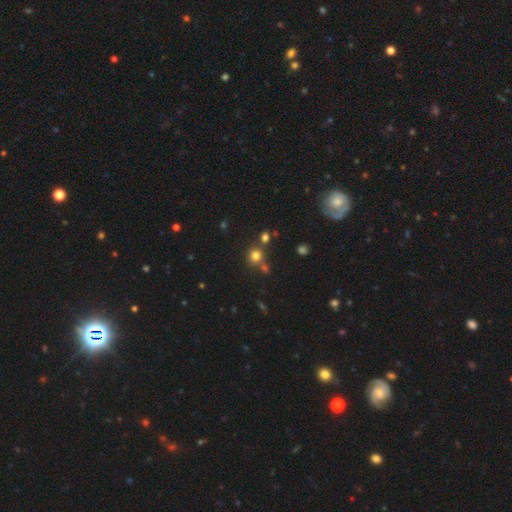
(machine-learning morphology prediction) A smooth galaxy with no disk features (74%) that is round (88%).

Vote fractions:
- Smooth or featured? smooth: 74% / star or artifact: 19% / featured or disk: 8%
- How rounded? round: 88% / in between: 11% / cigar-shaped: 1%
- Merging? none: 68% / merger: 20% / minor disturbance: 9% / major disturbance: 4%